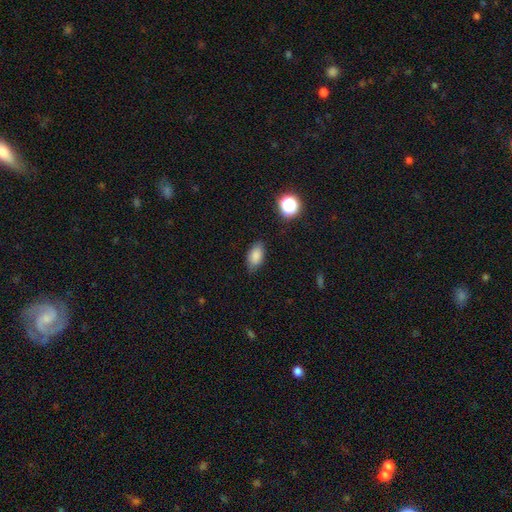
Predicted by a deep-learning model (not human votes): Smooth or featured: smooth — 85% (star or artifact — 9%)
How rounded: in between — 90% (round — 6%)
Merging: none — 81% (minor disturbance — 14%)